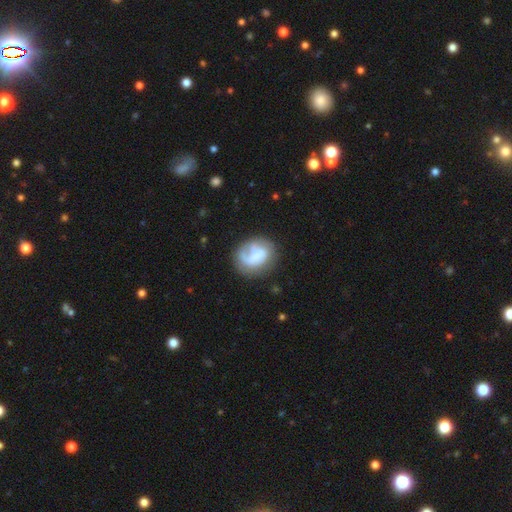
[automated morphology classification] Smooth or featured? Predicted: smooth (p=0.51). How rounded? Predicted: round (p=0.53). Merging? Predicted: none (p=0.51).